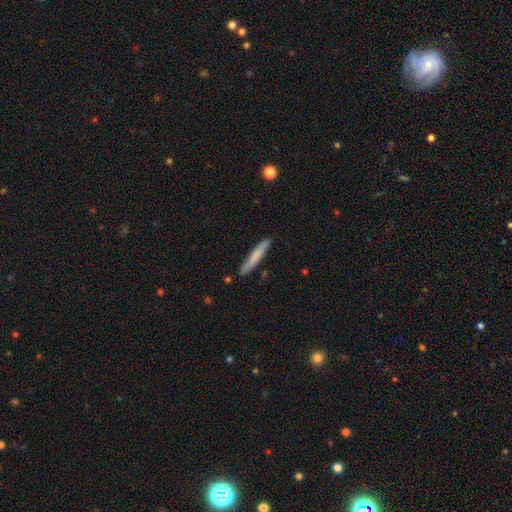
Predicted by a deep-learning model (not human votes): Morphology: type=smooth (70%); roundness=cigar-shaped (94%); merging=none (86%).